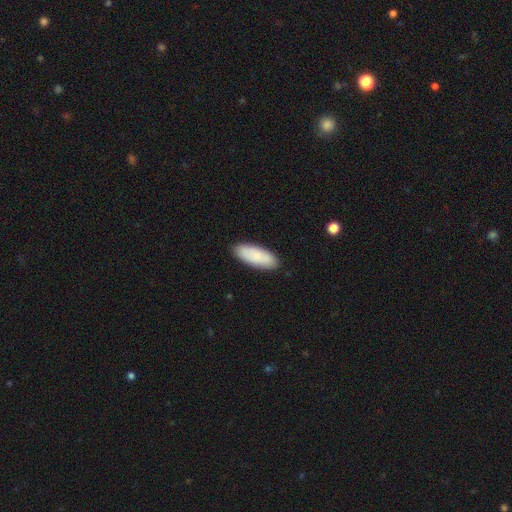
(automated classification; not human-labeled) Q: Smooth or featured?
A: smooth (87%); runner-up: featured or disk (8%)
Q: How rounded?
A: in between (73%); runner-up: cigar-shaped (25%)
Q: Merging?
A: none (89%); runner-up: minor disturbance (9%)